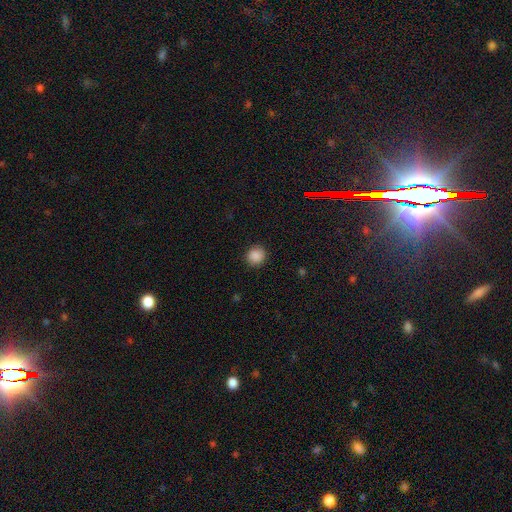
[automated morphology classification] Smooth or featured?
  - smooth: 88% *
  - star or artifact: 10%
  - featured or disk: 3%
How rounded?
  - round: 90% *
  - in between: 9%
  - cigar-shaped: 1%
Merging?
  - none: 90% *
  - minor disturbance: 7%
  - major disturbance: 2%
  - merger: 1%